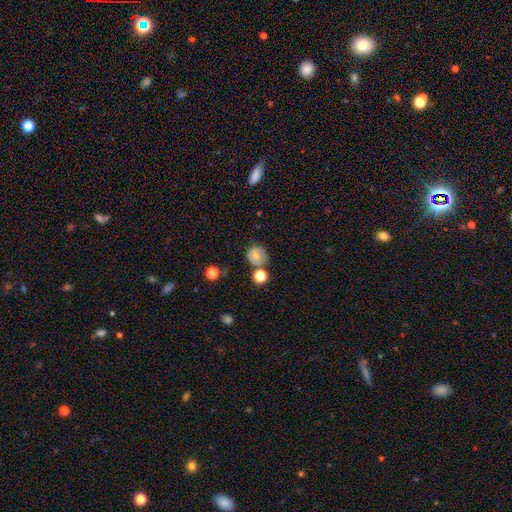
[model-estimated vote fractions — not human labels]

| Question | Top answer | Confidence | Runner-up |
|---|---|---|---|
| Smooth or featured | smooth | 74% | featured or disk (14%) |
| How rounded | round | 86% | in between (13%) |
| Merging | none | 70% | minor disturbance (14%) |